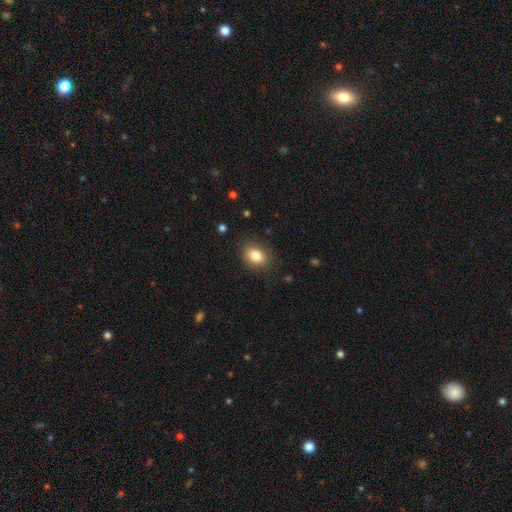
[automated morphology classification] This is clearly a smooth galaxy (82%). How rounded: possibly in between (59%). Merging: clearly none (85%).